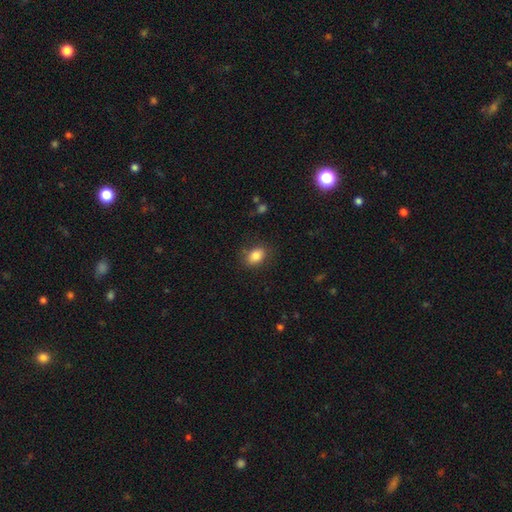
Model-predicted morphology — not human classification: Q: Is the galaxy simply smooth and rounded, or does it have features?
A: smooth — 84%.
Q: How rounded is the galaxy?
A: in between — 79%.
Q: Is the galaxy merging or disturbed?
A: none — 81%.